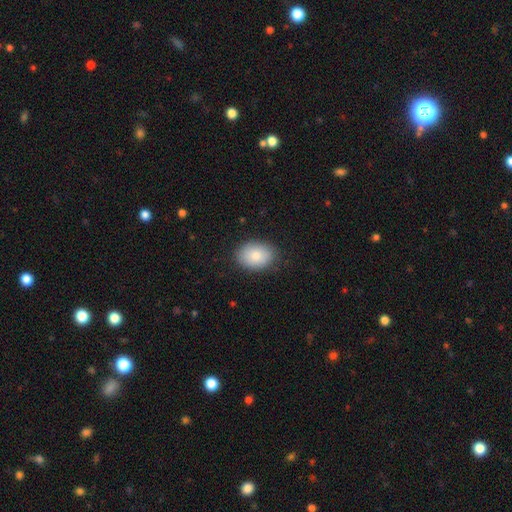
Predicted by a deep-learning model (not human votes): Q: Smooth or featured?
A: smooth (84%); runner-up: featured or disk (9%)
Q: How rounded?
A: in between (74%); runner-up: round (25%)
Q: Merging?
A: none (84%); runner-up: minor disturbance (12%)